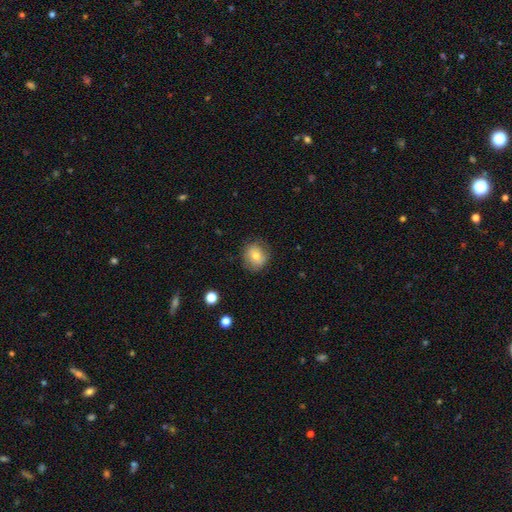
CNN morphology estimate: Smooth or featured: smooth — 68% (featured or disk — 23%)
How rounded: round — 78% (in between — 21%)
Merging: none — 78% (minor disturbance — 16%)